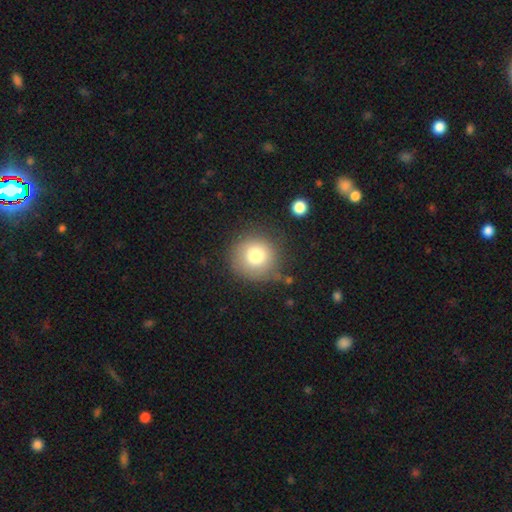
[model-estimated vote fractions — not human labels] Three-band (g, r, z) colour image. It shows a smooth galaxy with no disk features (78%) that is round (94%). Merging: none (76%).